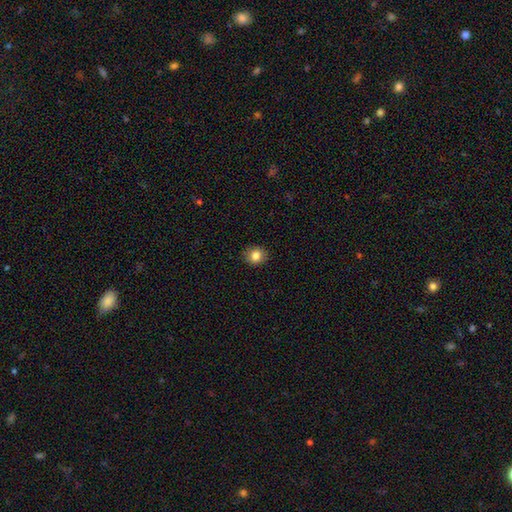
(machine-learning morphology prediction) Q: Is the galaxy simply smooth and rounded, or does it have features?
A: smooth — 84%.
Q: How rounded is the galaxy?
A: round — 76%.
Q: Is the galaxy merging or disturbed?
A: none — 89%.